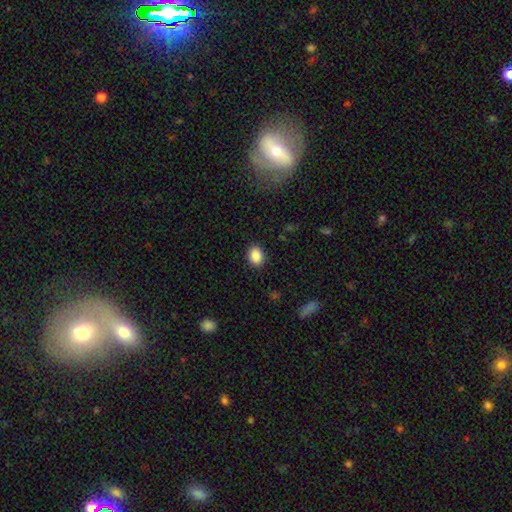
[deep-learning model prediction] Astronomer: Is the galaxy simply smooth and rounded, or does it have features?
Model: smooth — 88%.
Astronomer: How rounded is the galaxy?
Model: in between — 66%.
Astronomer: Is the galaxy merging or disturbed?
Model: none — 88%.